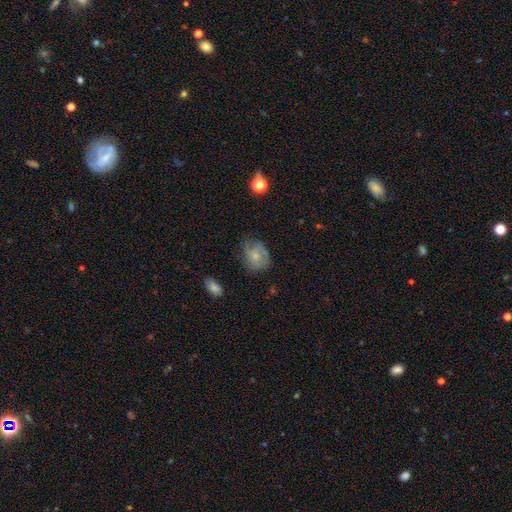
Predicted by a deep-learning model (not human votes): Smooth or featured: smooth — 56% (featured or disk — 36%)
How rounded: in between — 53% (round — 46%)
Merging: none — 52% (minor disturbance — 31%)